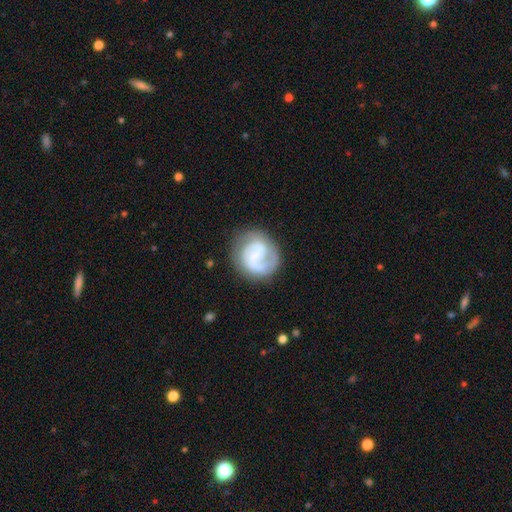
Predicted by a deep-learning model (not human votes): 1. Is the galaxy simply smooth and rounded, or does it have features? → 72% featured or disk, 22% smooth, 6% star or artifact.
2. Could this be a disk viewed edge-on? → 98% no, 2% yes.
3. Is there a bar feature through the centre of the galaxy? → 47% no, 42% weak, 11% strong.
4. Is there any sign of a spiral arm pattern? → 93% yes, 7% no.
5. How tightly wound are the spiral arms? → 44% medium, 38% tight, 19% loose.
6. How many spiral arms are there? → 61% 2, 24% 1, 8% can't tell, 3% 3, 1% 4, 1% more than 4.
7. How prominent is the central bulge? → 43% small, 34% none, 15% moderate, 5% large, 2% dominant.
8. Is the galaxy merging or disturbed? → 73% none, 15% minor disturbance, 10% major disturbance, 2% merger.